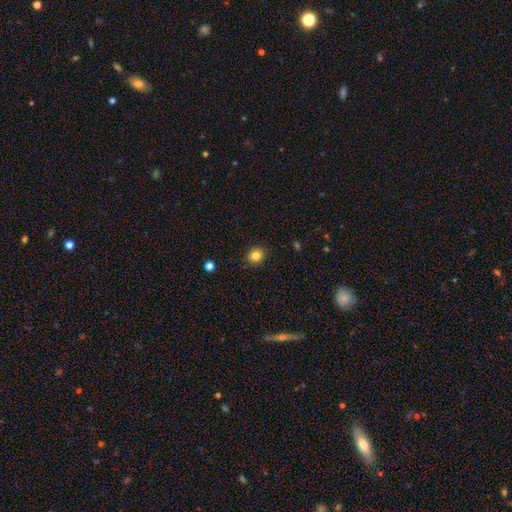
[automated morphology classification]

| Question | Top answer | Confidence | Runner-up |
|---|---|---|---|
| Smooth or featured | smooth | 82% | star or artifact (12%) |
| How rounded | round | 80% | in between (19%) |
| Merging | none | 89% | minor disturbance (7%) |